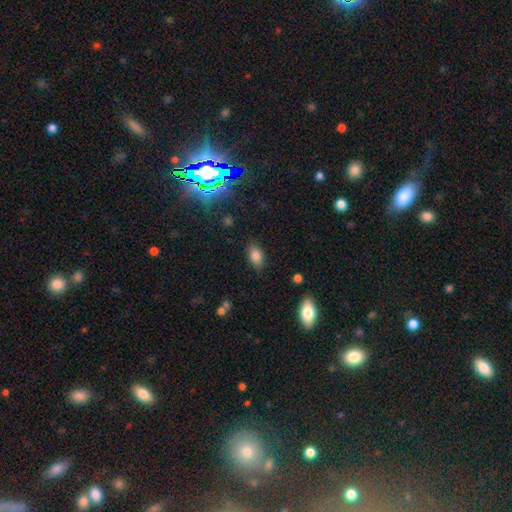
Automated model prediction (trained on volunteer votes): smooth 82%, star or artifact 11%, featured or disk 7%. Down the decision tree: how rounded — in between (89%); merging — none (84%).